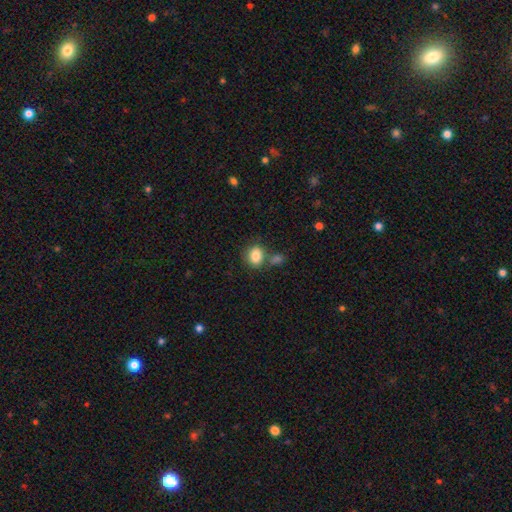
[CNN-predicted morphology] smooth_or_featured: smooth (p=0.84) [alt: star or artifact p=0.09]
how_rounded: in between (p=0.56) [alt: round p=0.43]
merging: none (p=0.62) [alt: merger p=0.21]